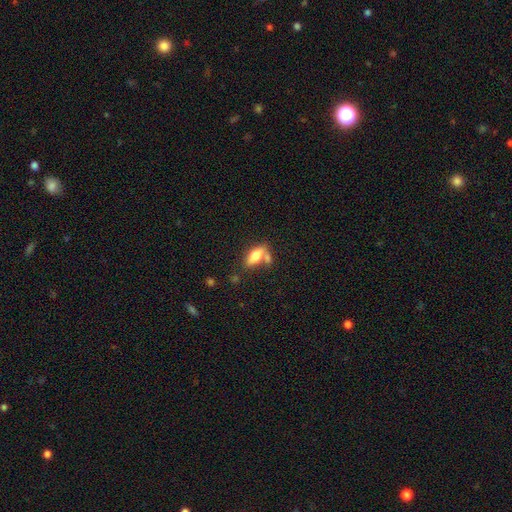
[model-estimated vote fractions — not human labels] Smooth or featured: smooth — 74% (featured or disk — 18%)
How rounded: in between — 78% (cigar-shaped — 18%)
Merging: none — 47% (merger — 31%)